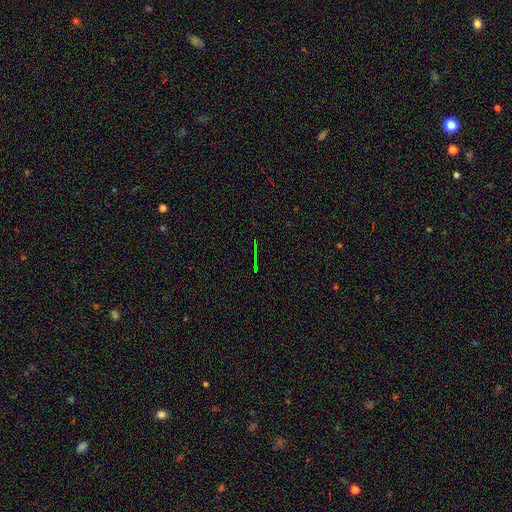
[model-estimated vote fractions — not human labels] Morphology: type=star or artifact (76%).